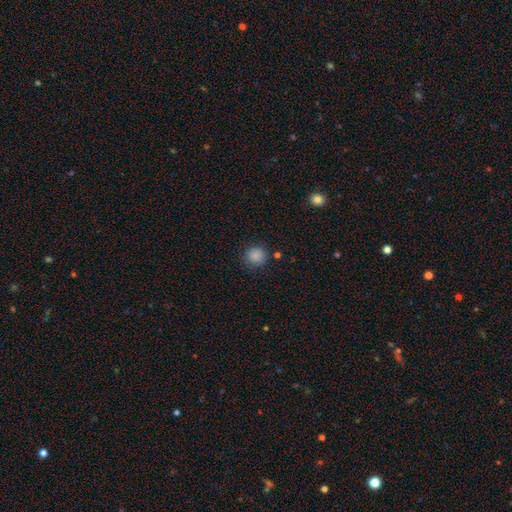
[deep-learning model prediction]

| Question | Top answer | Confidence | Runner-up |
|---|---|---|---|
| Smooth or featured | smooth | 87% | star or artifact (10%) |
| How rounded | round | 90% | in between (9%) |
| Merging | none | 82% | minor disturbance (12%) |